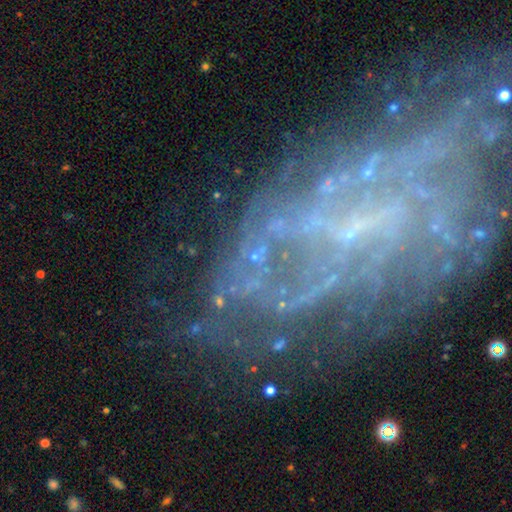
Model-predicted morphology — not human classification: type=featured or disk (71%); edge-on=no (97%); bar=no (53%); spiral arms=yes (62%); bulge=none (48%); merging=none (50%).